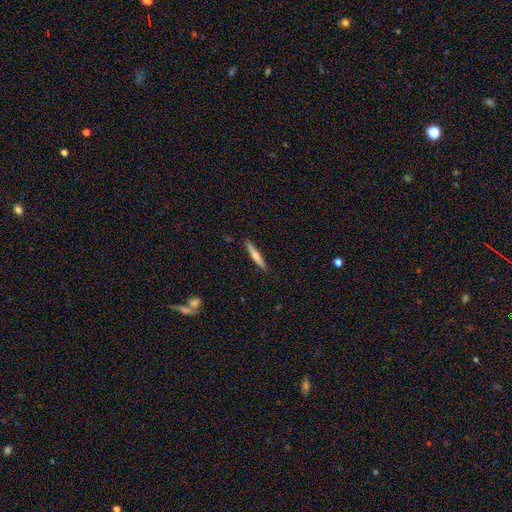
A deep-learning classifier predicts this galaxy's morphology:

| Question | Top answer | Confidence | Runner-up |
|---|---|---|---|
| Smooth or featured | featured or disk | 49% | smooth (45%) |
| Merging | none | 91% | minor disturbance (7%) |